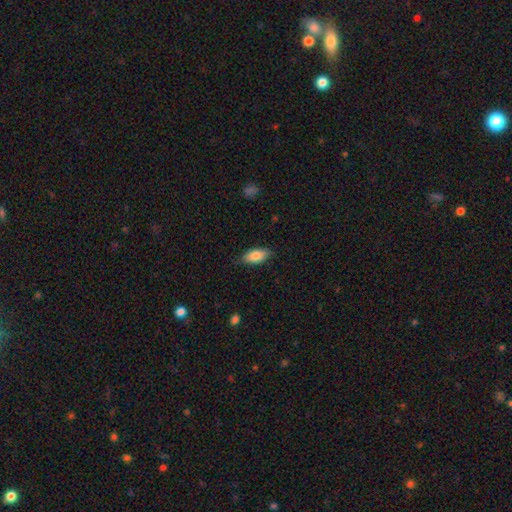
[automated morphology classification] This appears to be a smooth galaxy with no disk features (83%) that is in between round and cigar-shaped (88%). Merging: none (80%).